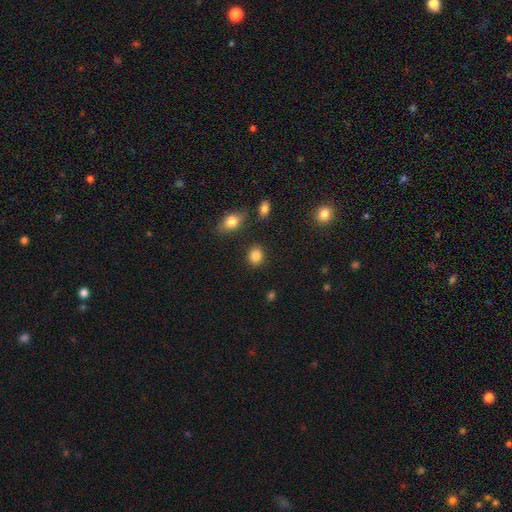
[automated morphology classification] The model was most divided on "how rounded": round: 60%, in between: 39%, cigar-shaped: 1%. More confident: merging — none (87%); smooth or featured — smooth (86%).